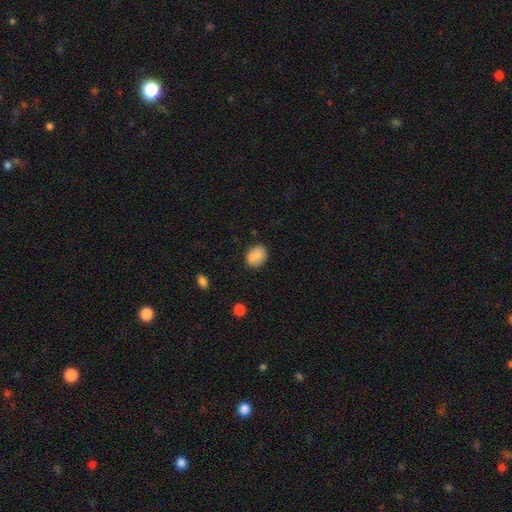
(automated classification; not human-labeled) Smooth or featured? Predicted: smooth (p=0.82). How rounded? Predicted: in between (p=0.55). Merging? Predicted: none (p=0.77).